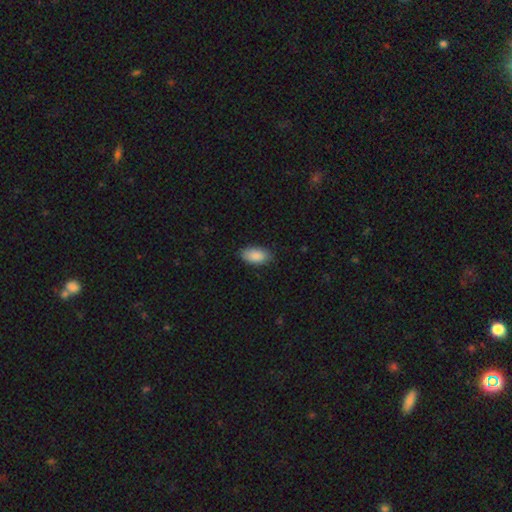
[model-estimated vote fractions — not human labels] Smooth or featured?
  - smooth: 87% *
  - star or artifact: 6%
  - featured or disk: 6%
How rounded?
  - in between: 94% *
  - round: 3%
  - cigar-shaped: 3%
Merging?
  - none: 84% *
  - minor disturbance: 12%
  - major disturbance: 2%
  - merger: 1%